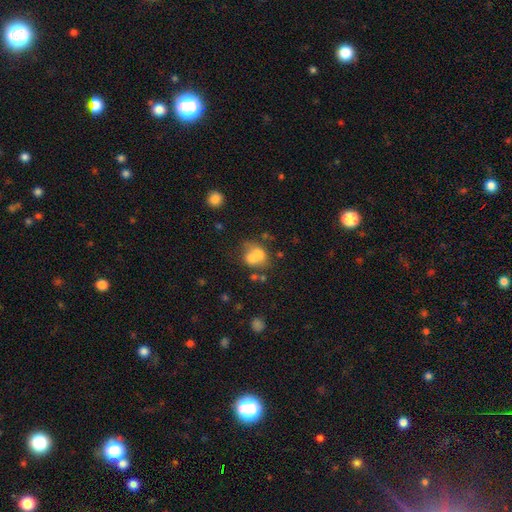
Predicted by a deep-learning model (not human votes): This is likely a smooth galaxy (66%). How rounded: possibly round (54%). Merging: possibly merger (58%).